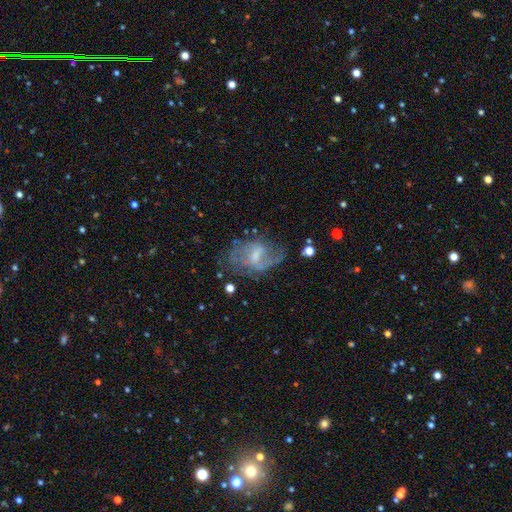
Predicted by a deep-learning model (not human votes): Smooth or featured? featured or disk (69%)
Edge-on disk? no (96%)
Bar? weak (55%)
Spiral arms? yes (68%)
Bulge size? small (41%)
Merging? none (46%)